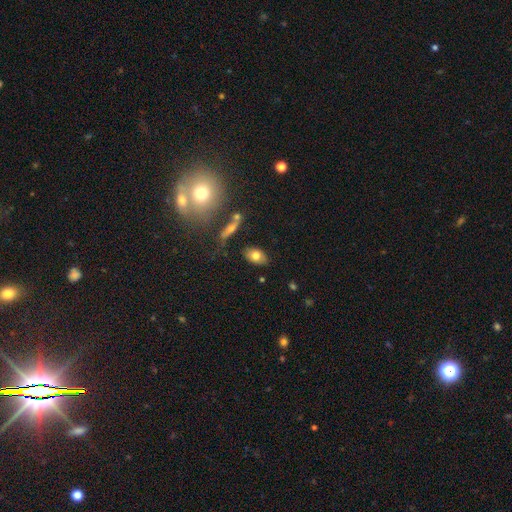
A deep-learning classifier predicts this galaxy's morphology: smooth-or-featured: smooth: 76% | featured or disk: 16% | star or artifact: 9%
  how-rounded: in between: 88% | round: 9% | cigar-shaped: 3%
  merging: none: 81% | minor disturbance: 12% | merger: 3% | major disturbance: 3%